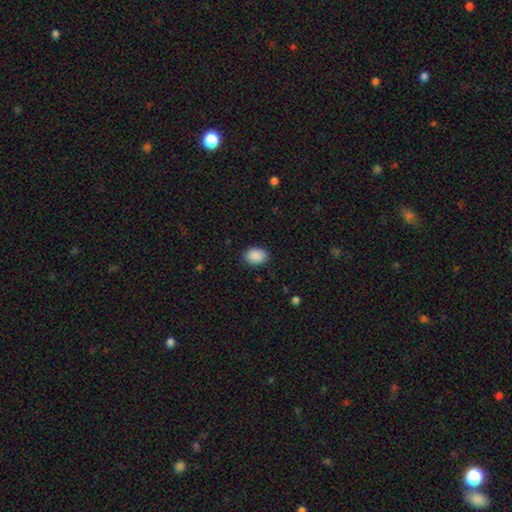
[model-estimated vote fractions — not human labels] Overall: smooth (90%). How rounded: in between (76%). Merging: none (88%).